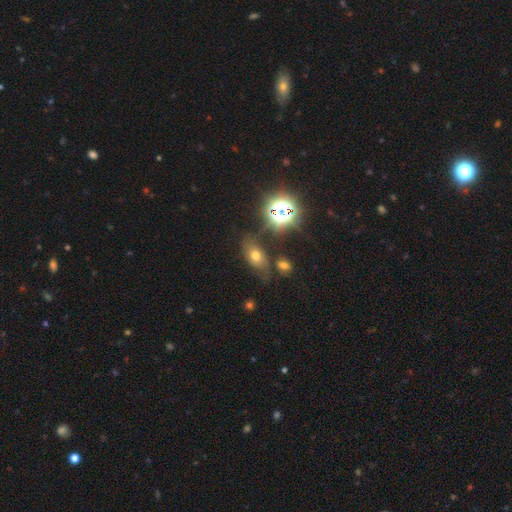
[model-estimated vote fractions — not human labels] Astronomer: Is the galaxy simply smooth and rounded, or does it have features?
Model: smooth — 55%.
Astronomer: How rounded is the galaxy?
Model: in between — 83%.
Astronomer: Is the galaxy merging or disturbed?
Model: none — 62%.